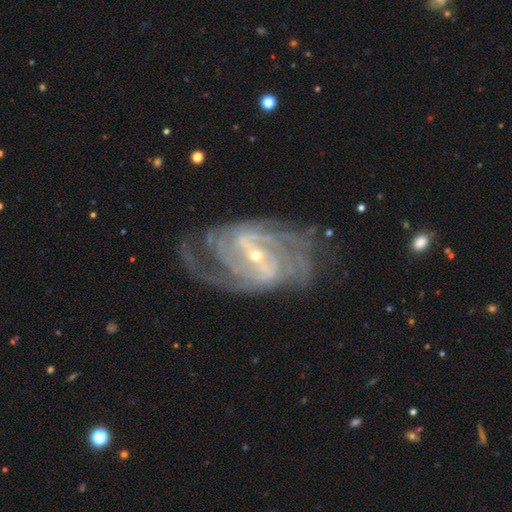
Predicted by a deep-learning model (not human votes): smooth_or_featured: featured or disk (p=0.92) [alt: star or artifact p=0.05]
disk_edge_on: no (p=0.96) [alt: yes p=0.04]
bar: strong (p=0.52) [alt: weak p=0.35]
has_spiral_arms: yes (p=0.98) [alt: no p=0.02]
spiral_winding: tight (p=0.51) [alt: medium p=0.40]
spiral_arm_count: 2 (p=0.29) [alt: can't tell p=0.20]
bulge_size: small (p=0.77) [alt: moderate p=0.20]
merging: none (p=0.71) [alt: minor disturbance p=0.17]